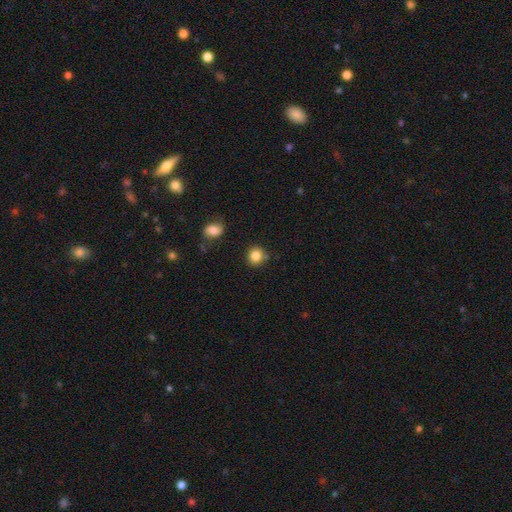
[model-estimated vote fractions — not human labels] Overall: smooth (84%). How rounded: round (87%). Merging: none (82%).